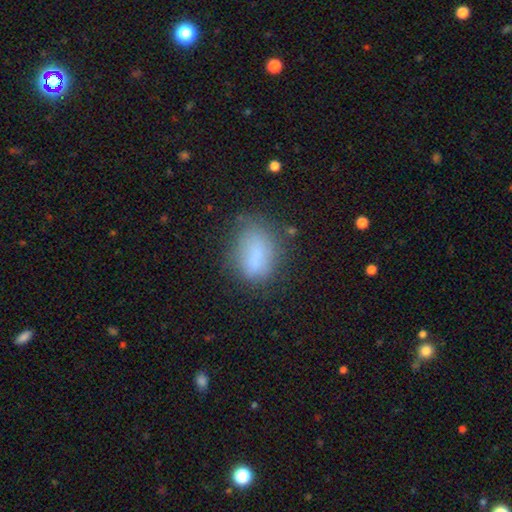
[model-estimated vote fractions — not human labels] This is likely a smooth galaxy (77%). How rounded: clearly in between (82%). Merging: possibly none (56%).